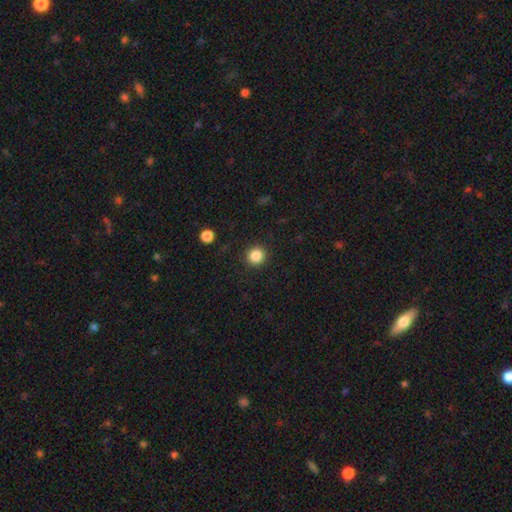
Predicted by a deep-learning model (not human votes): Smooth or featured? Predicted: smooth (p=0.86). How rounded? Predicted: round (p=0.93). Merging? Predicted: none (p=0.91).